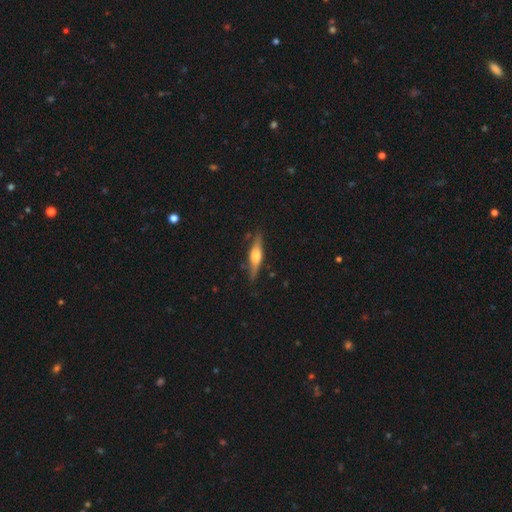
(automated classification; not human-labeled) Smooth or featured?
  - featured or disk: 63% *
  - smooth: 31%
  - star or artifact: 6%
Edge-on disk?
  - yes: 95% *
  - no: 5%
Edge-on bulge?
  - rounded: 85% *
  - boxy: 12%
  - none: 3%
Merging?
  - none: 82% *
  - minor disturbance: 13%
  - major disturbance: 3%
  - merger: 2%